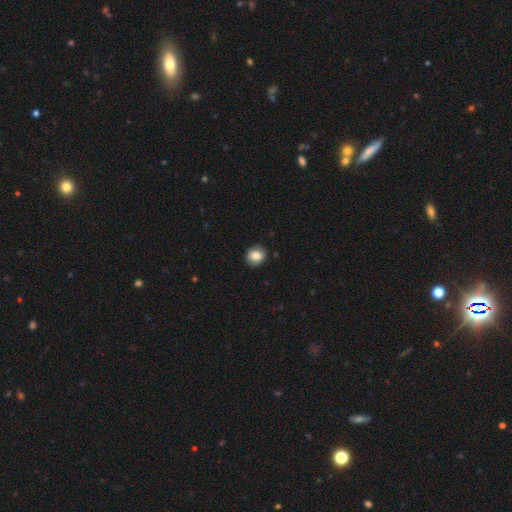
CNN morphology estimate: type=smooth (81%); roundness=round (69%); merging=none (87%).